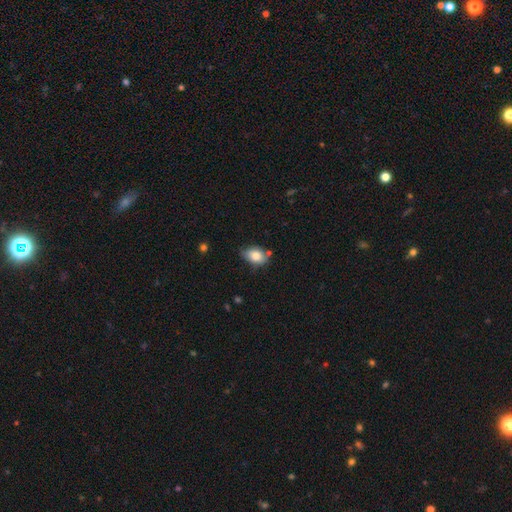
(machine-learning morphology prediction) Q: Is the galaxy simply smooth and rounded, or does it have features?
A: smooth — 81%.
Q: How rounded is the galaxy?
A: in between — 83%.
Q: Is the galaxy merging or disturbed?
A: none — 61%.